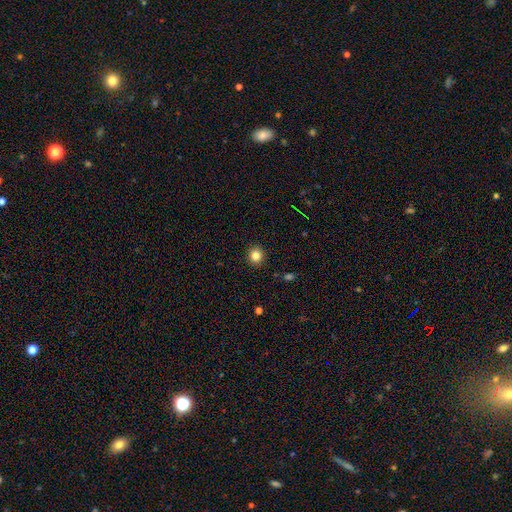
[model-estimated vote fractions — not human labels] smooth-or-featured: smooth: 83% | star or artifact: 12% | featured or disk: 5%
  how-rounded: round: 90% | in between: 9% | cigar-shaped: 1%
  merging: none: 92% | minor disturbance: 5% | major disturbance: 2% | merger: 1%